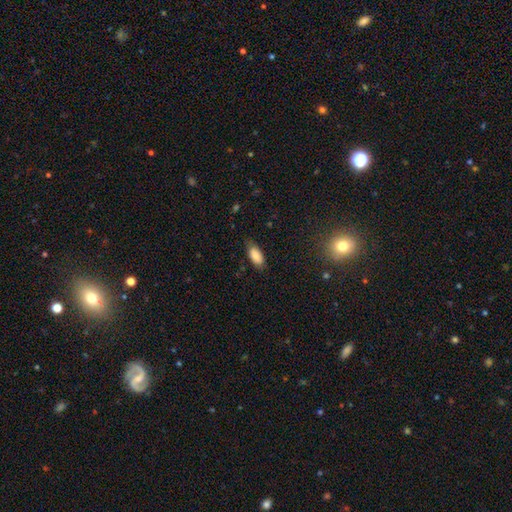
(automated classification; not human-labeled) Smooth or featured?
  - smooth: 86% *
  - star or artifact: 8%
  - featured or disk: 6%
How rounded?
  - in between: 90% *
  - cigar-shaped: 7%
  - round: 2%
Merging?
  - none: 76% *
  - minor disturbance: 20%
  - major disturbance: 4%
  - merger: 1%